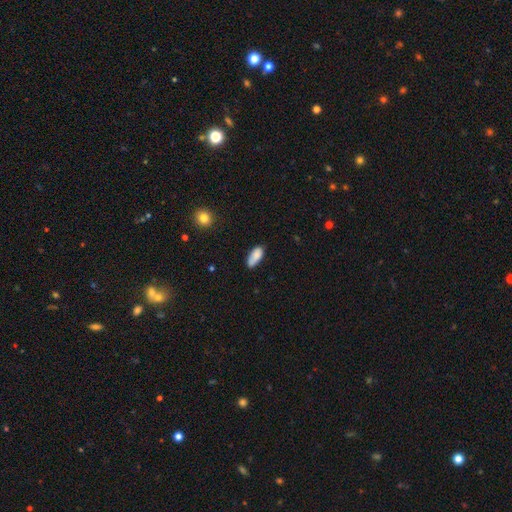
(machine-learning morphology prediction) The model was most divided on "merging": none: 61%, minor disturbance: 27%, major disturbance: 6%, merger: 6%. More confident: smooth or featured — smooth (83%); how rounded — in between (82%).